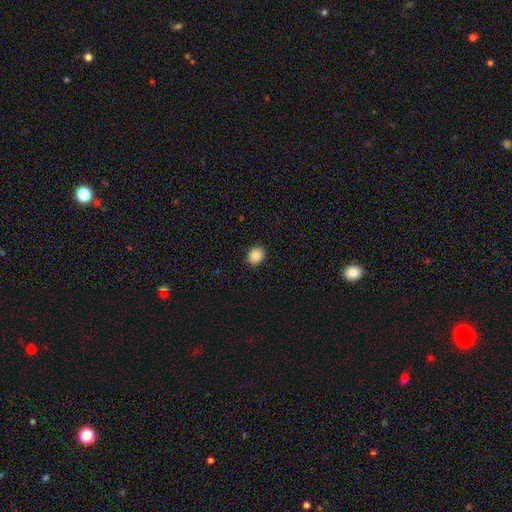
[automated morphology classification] smooth 88%, star or artifact 9%, featured or disk 3%. Down the decision tree: how rounded — round (58%); merging — none (91%).